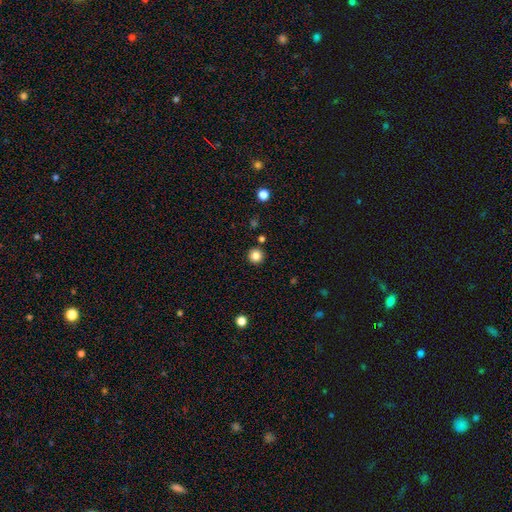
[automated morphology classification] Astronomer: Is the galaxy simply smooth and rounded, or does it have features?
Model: smooth — 84%.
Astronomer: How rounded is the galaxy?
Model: round — 96%.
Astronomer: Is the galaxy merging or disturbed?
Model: none — 91%.